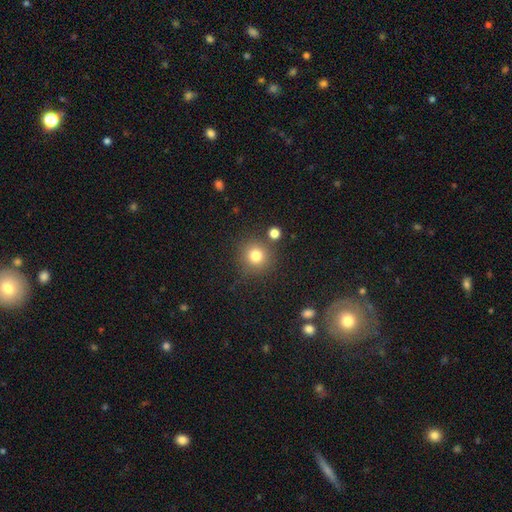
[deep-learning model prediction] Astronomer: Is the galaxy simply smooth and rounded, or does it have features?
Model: smooth — 80%.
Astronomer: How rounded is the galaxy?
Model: round — 92%.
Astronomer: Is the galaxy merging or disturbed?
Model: none — 81%.